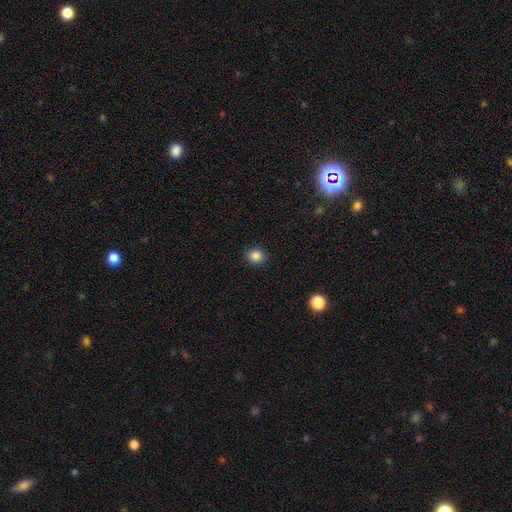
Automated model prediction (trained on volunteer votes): smooth 85%, star or artifact 11%, featured or disk 4%. Down the decision tree: how rounded — round (85%); merging — none (90%).